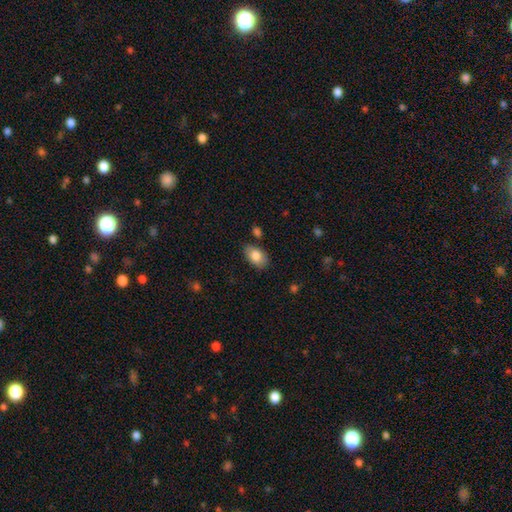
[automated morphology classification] smooth-or-featured: smooth: 82% | featured or disk: 11% | star or artifact: 7%
  how-rounded: in between: 90% | round: 8% | cigar-shaped: 1%
  merging: none: 77% | minor disturbance: 16% | merger: 4% | major disturbance: 3%